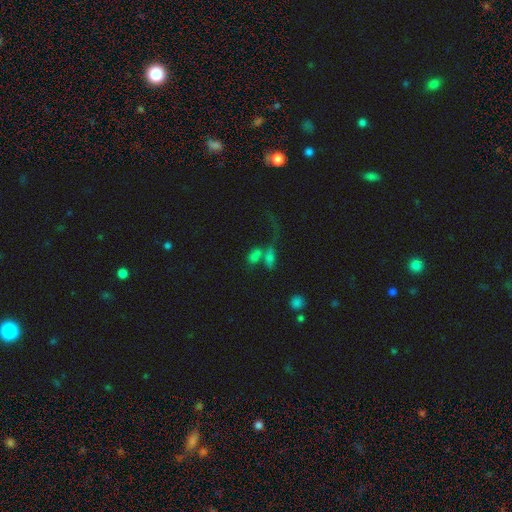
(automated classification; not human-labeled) Q: Smooth or featured?
A: smooth (58%); runner-up: featured or disk (22%)
Q: How rounded?
A: in between (73%); runner-up: round (15%)
Q: Merging?
A: merger (55%); runner-up: none (22%)